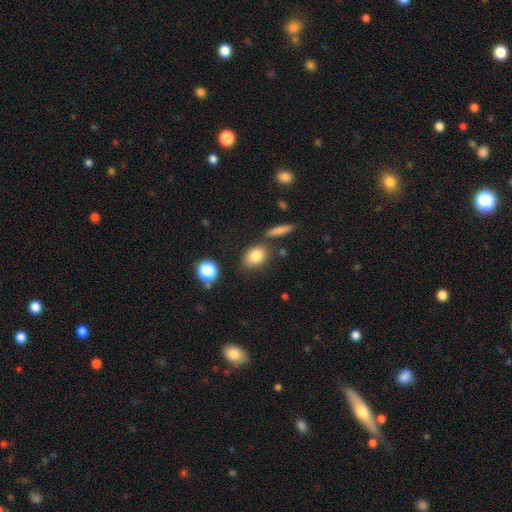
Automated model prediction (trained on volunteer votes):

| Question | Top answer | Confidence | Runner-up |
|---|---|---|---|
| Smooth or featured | smooth | 82% | star or artifact (9%) |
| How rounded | in between | 73% | round (25%) |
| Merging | none | 75% | minor disturbance (13%) |